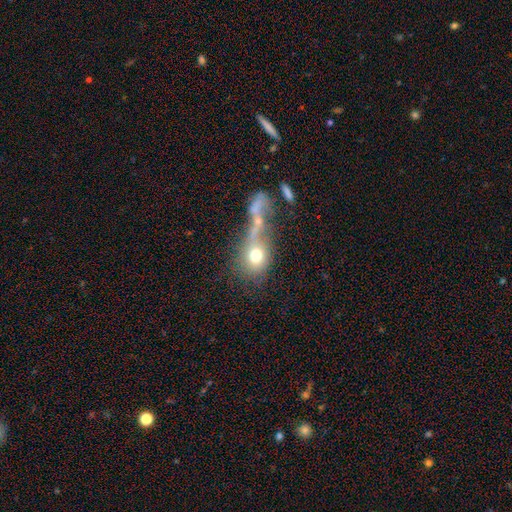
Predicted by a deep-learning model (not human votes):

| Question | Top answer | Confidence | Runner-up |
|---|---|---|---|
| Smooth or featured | smooth | 65% | featured or disk (22%) |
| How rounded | round | 54% | in between (42%) |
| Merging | merger | 44% | major disturbance (23%) |